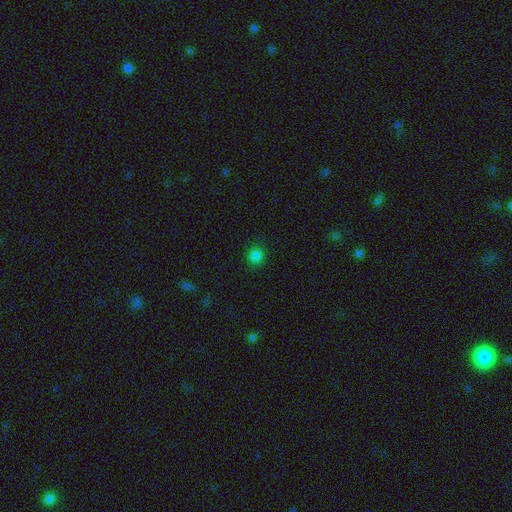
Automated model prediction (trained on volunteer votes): Smooth or featured? smooth (82%)
How rounded? round (90%)
Merging? none (90%)